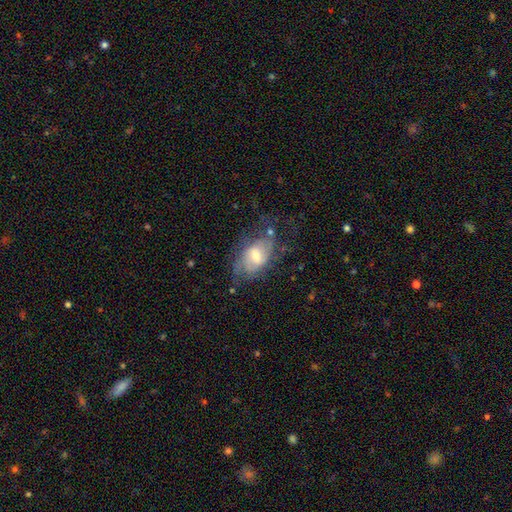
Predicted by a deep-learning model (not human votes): Morphology: type=featured or disk (67%); edge-on=no (94%); bar=weak (54%); spiral arms=yes (81%); winding=medium (41%); arm count=2 (42%); bulge=moderate (56%); merging=none (50%).